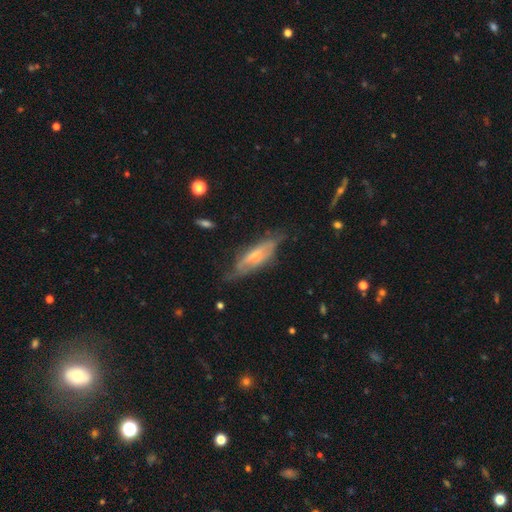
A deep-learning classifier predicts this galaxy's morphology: This appears to be a featured or disk galaxy (54%) viewed edge-on (53%). Merging: none (54%).